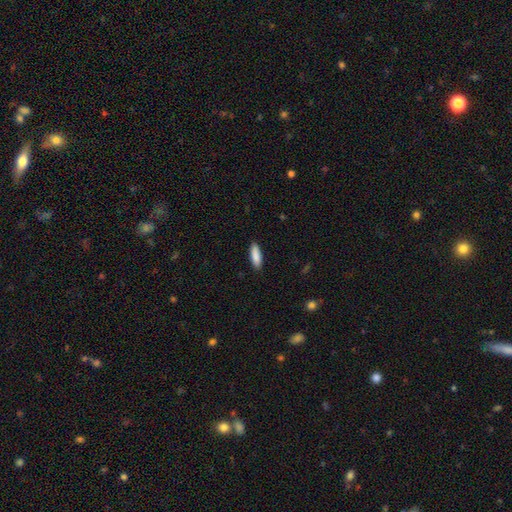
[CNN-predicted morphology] type=smooth (88%); roundness=in between (49%, tied with cigar-shaped); merging=none (89%).